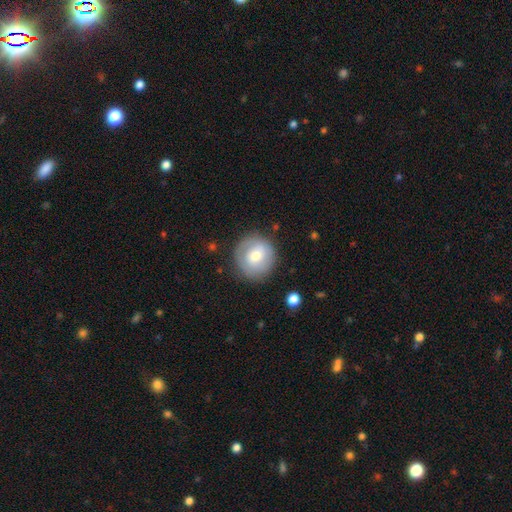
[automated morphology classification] A smooth galaxy with no disk features (59%) that is round (92%).

Vote fractions:
- Smooth or featured? smooth: 59% / featured or disk: 34% / star or artifact: 7%
- How rounded? round: 92% / in between: 7% / cigar-shaped: 1%
- Merging? none: 82% / minor disturbance: 12% / major disturbance: 4% / merger: 1%